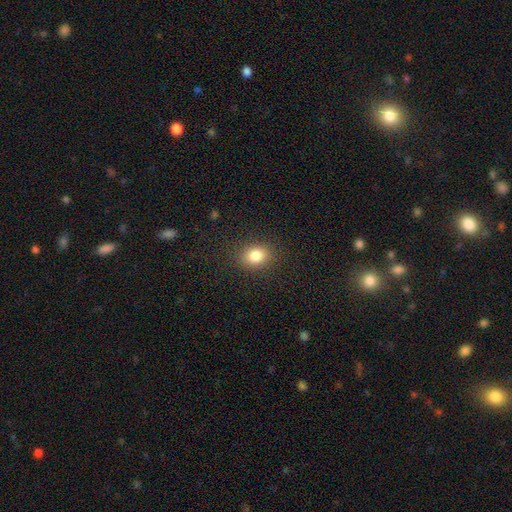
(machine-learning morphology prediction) Smooth or featured? Predicted: smooth (p=0.84). How rounded? Predicted: in between (p=0.61). Merging? Predicted: none (p=0.87).